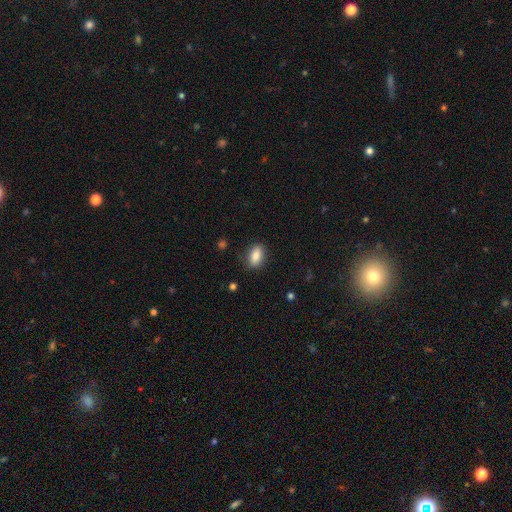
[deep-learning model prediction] A smooth galaxy with no disk features (86%) that is in between round and cigar-shaped (88%). Merging: none (84%).